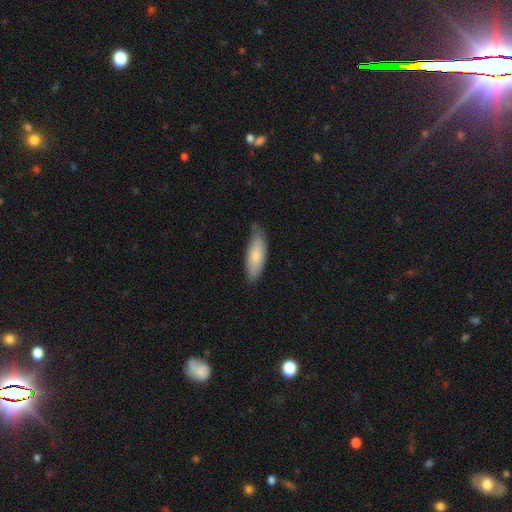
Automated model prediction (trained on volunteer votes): This is likely a smooth galaxy (74%). How rounded: likely in between (65%). Merging: likely none (70%).